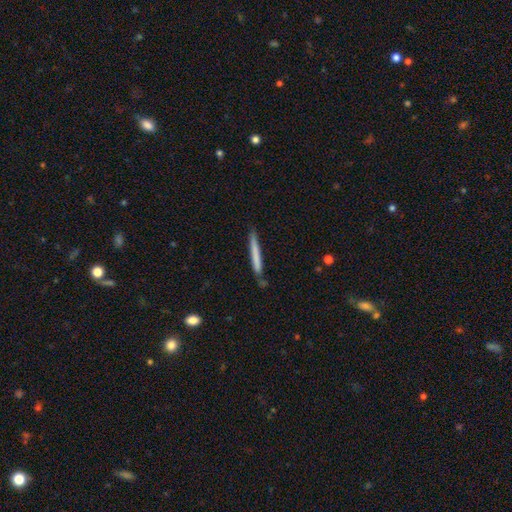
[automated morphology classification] This appears to be a smooth galaxy with no disk features (69%) that is cigar-shaped (97%). Merging: none (83%).